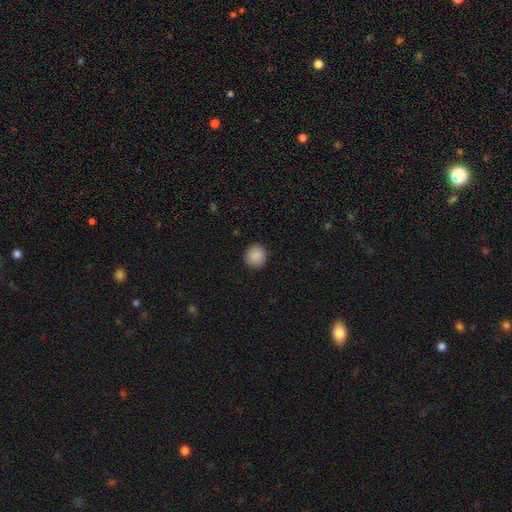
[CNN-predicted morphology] A smooth galaxy with no disk features (90%) that is round (89%).

Vote fractions:
- Smooth or featured? smooth: 90% / star or artifact: 8% / featured or disk: 3%
- How rounded? round: 89% / in between: 10% / cigar-shaped: 1%
- Merging? none: 91% / minor disturbance: 6% / major disturbance: 2% / merger: 1%